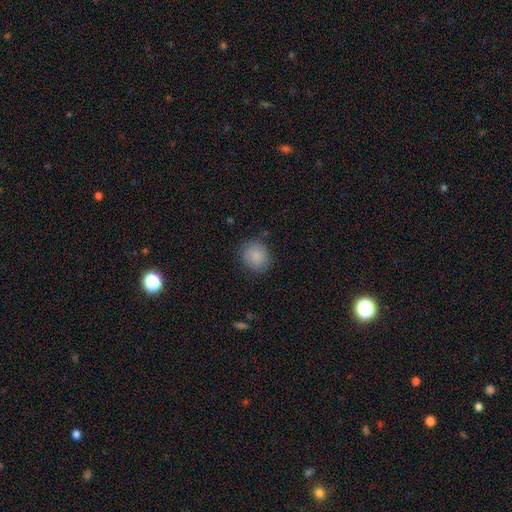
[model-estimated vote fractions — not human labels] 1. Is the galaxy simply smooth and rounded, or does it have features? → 86% smooth, 8% star or artifact, 7% featured or disk.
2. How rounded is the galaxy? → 79% round, 20% in between, 1% cigar-shaped.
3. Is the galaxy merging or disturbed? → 83% none, 12% minor disturbance, 3% major disturbance, 1% merger.